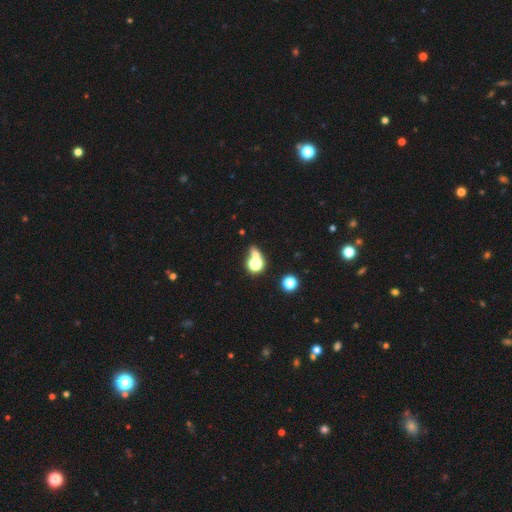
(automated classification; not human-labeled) Smooth or featured?
  - smooth: 57% *
  - star or artifact: 30%
  - featured or disk: 13%
How rounded?
  - round: 61% *
  - in between: 35%
  - cigar-shaped: 4%
Merging?
  - none: 45% *
  - merger: 40%
  - minor disturbance: 8%
  - major disturbance: 6%